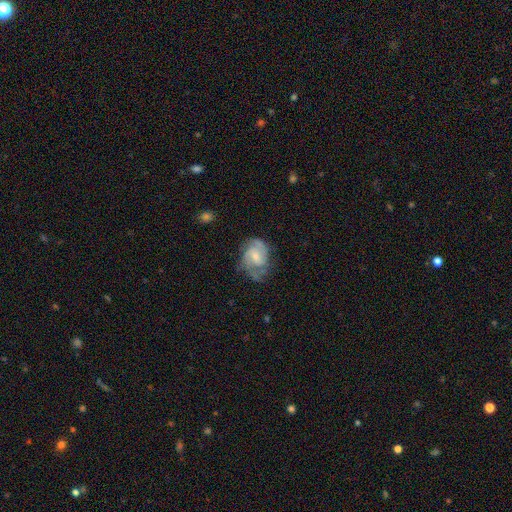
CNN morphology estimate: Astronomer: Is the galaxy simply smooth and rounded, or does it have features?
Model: featured or disk — 77%.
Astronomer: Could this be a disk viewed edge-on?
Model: no — 98%.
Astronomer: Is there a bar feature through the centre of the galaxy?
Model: weak — 54% (runner-up: no, 35%).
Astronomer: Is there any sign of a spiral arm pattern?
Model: yes — 93%.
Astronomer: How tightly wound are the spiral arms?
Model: medium — 49% (runner-up: tight, 35%).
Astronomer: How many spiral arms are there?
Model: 2 — 57%.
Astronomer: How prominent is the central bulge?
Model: small — 48% (runner-up: moderate, 41%).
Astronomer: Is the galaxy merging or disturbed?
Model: none — 55%.